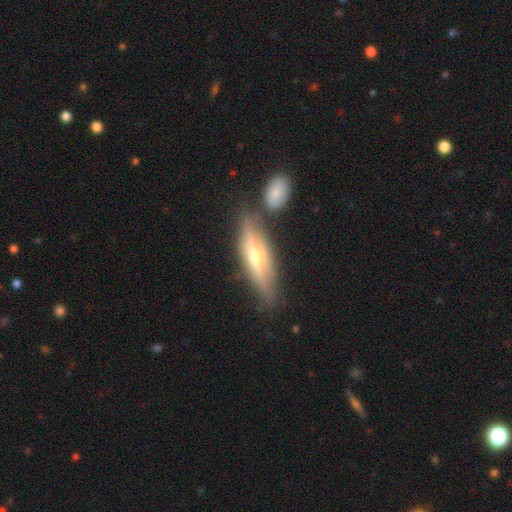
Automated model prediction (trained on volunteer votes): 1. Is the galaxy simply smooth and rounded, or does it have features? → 63% featured or disk, 30% smooth, 7% star or artifact.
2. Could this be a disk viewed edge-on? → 81% yes, 19% no.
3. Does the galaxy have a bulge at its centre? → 86% rounded, 9% none, 6% boxy.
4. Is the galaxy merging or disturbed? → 67% none, 17% merger, 13% minor disturbance, 4% major disturbance.